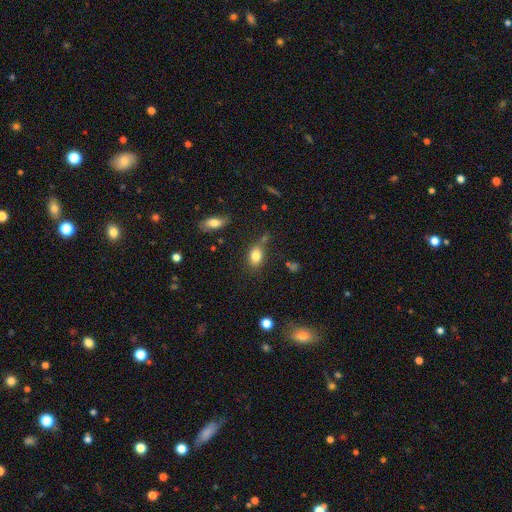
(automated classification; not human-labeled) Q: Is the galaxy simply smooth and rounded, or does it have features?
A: smooth — 81%.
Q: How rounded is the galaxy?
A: in between — 76%.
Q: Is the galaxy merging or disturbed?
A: none — 66%.